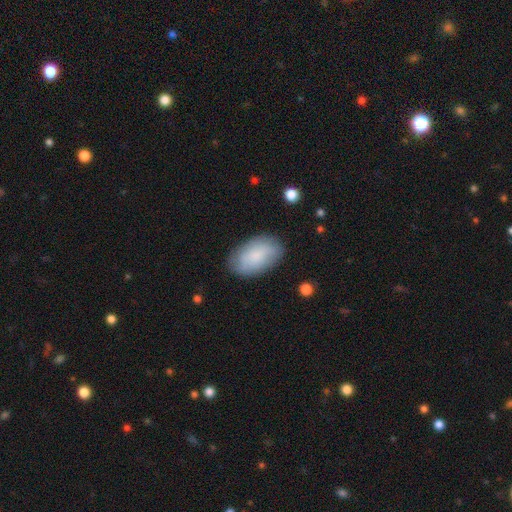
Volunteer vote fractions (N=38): Volunteers were most divided on "smooth or featured": smooth: 82%, featured or disk: 18%, star or artifact: 0%. More confident: how rounded — in between (97%); merging — none (82%).